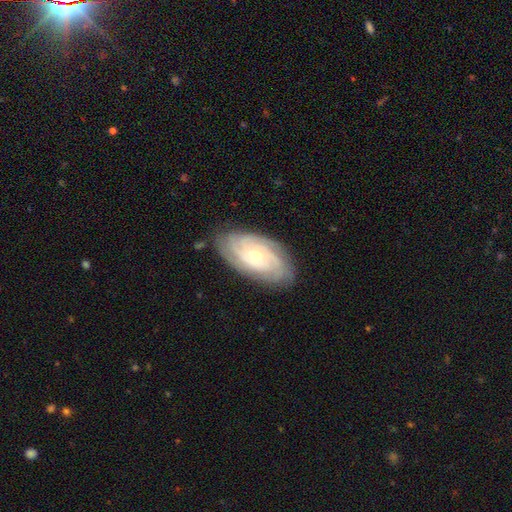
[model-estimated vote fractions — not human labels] smooth_or_featured: featured or disk (p=0.79) [alt: smooth p=0.15]
disk_edge_on: no (p=0.94) [alt: yes p=0.06]
bar: no (p=0.73) [alt: weak p=0.23]
has_spiral_arms: yes (p=0.95) [alt: no p=0.05]
spiral_winding: tight (p=0.74) [alt: medium p=0.22]
spiral_arm_count: can't tell (p=0.34) [alt: 3 p=0.22]
bulge_size: small (p=0.56) [alt: moderate p=0.40]
merging: none (p=0.81) [alt: minor disturbance p=0.15]